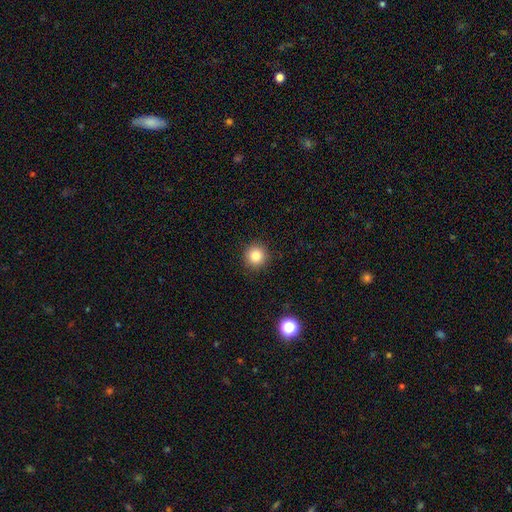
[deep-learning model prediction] Q: Smooth or featured?
A: smooth (83%); runner-up: star or artifact (11%)
Q: How rounded?
A: round (94%); runner-up: in between (5%)
Q: Merging?
A: none (92%); runner-up: minor disturbance (6%)